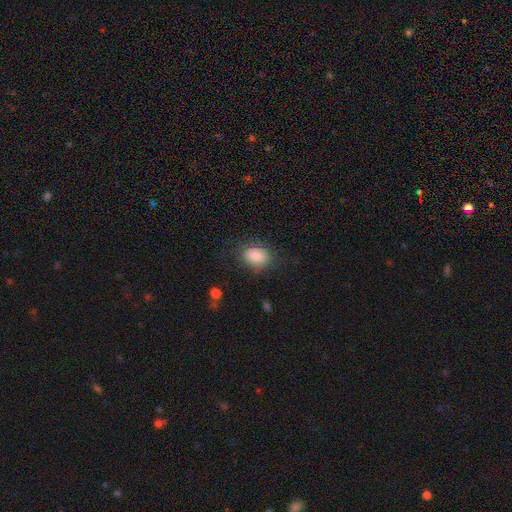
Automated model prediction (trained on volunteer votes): A smooth galaxy with no disk features (85%) that is in between round and cigar-shaped (71%). Merging: none (77%).